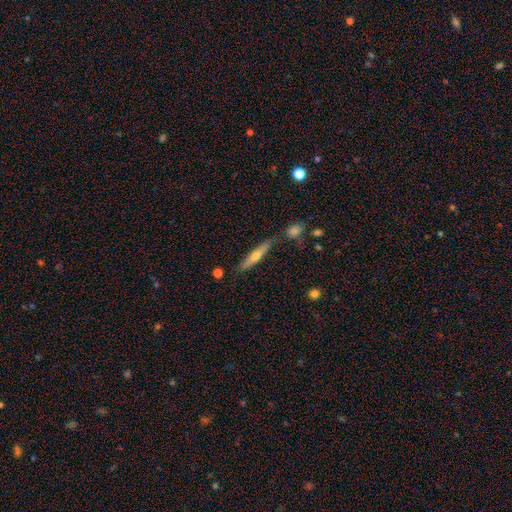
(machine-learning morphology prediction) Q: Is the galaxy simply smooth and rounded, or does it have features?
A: featured or disk — 52%.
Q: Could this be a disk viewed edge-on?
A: yes — 92%.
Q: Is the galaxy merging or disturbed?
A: none — 76%.